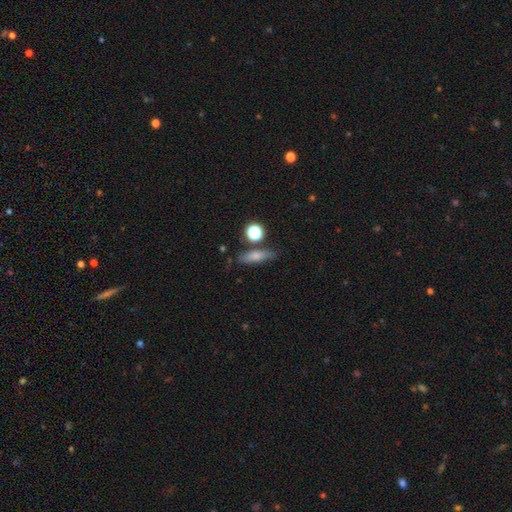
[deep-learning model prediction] Morphology: type=smooth (68%); roundness=cigar-shaped (47%); merging=none (73%).